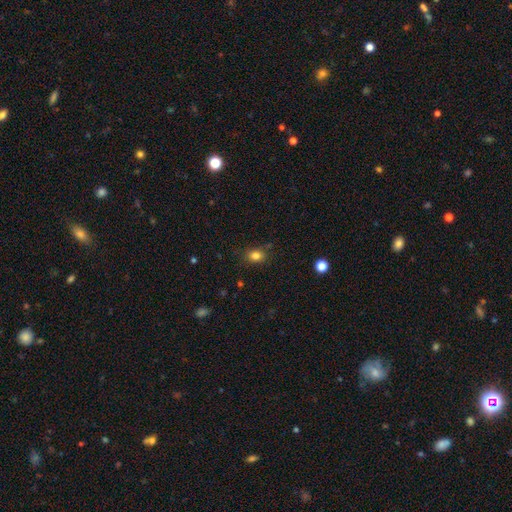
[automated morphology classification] Q: Smooth or featured?
A: smooth (82%); runner-up: star or artifact (12%)
Q: How rounded?
A: in between (53%); runner-up: round (46%)
Q: Merging?
A: none (82%); runner-up: minor disturbance (13%)